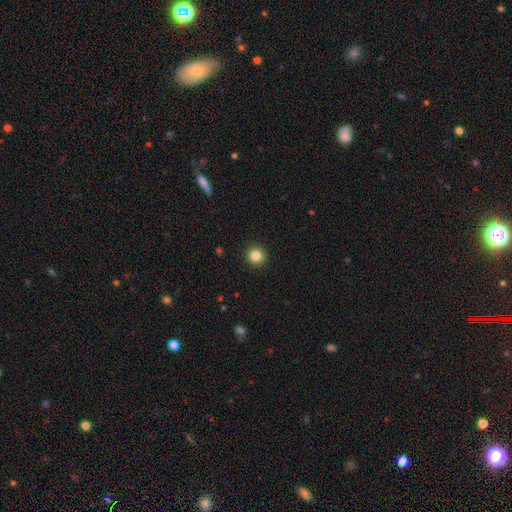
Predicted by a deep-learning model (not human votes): Morphology: type=smooth (85%); roundness=round (93%); merging=none (93%).